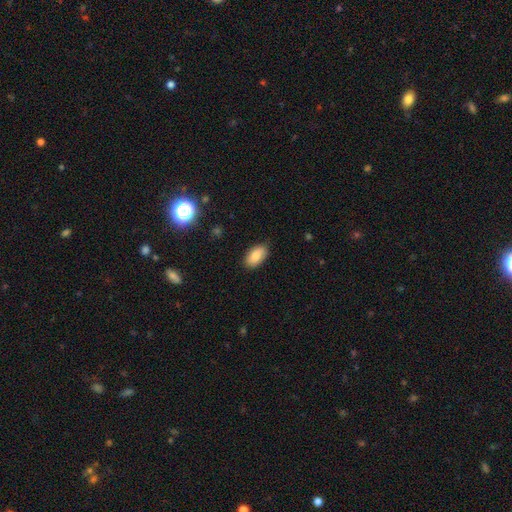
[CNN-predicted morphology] smooth-or-featured: smooth: 84% | featured or disk: 9% | star or artifact: 7%
  how-rounded: in between: 94% | round: 4% | cigar-shaped: 3%
  merging: none: 84% | minor disturbance: 12% | major disturbance: 2% | merger: 1%